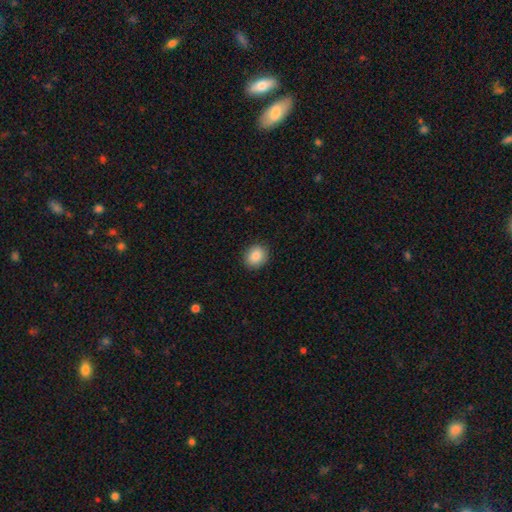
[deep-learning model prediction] smooth 87%, star or artifact 8%, featured or disk 5%. Down the decision tree: how rounded — round (62%); merging — none (89%).